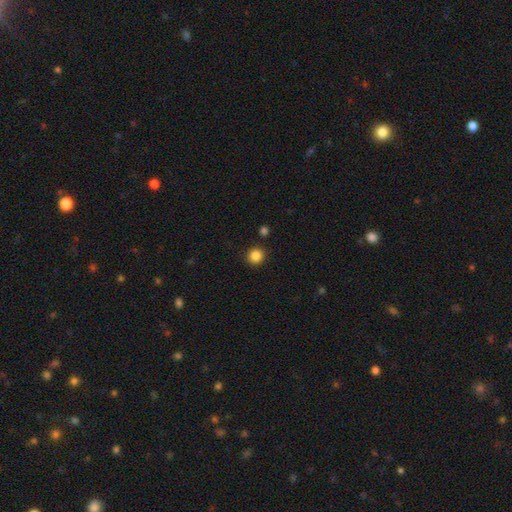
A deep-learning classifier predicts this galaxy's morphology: The model was most divided on "smooth or featured": smooth: 86%, star or artifact: 11%, featured or disk: 4%. More confident: how rounded — round (90%); merging — none (90%).